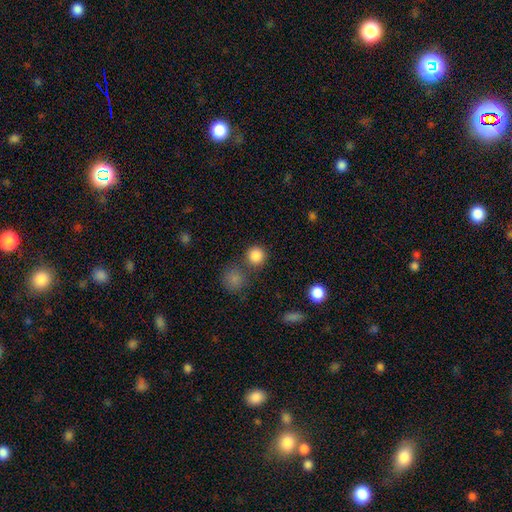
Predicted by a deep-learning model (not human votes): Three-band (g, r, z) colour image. It shows a smooth galaxy with no disk features (84%) that is round (93%). Merging: none (74%).